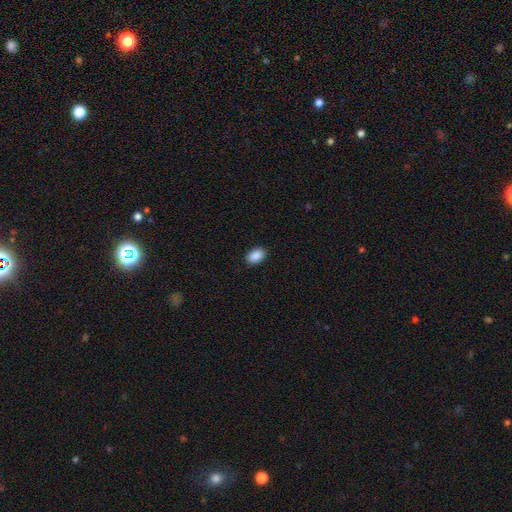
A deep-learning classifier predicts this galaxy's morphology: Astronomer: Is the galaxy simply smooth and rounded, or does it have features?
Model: smooth — 90%.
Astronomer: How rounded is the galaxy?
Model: in between — 88%.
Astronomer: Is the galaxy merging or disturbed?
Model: none — 90%.